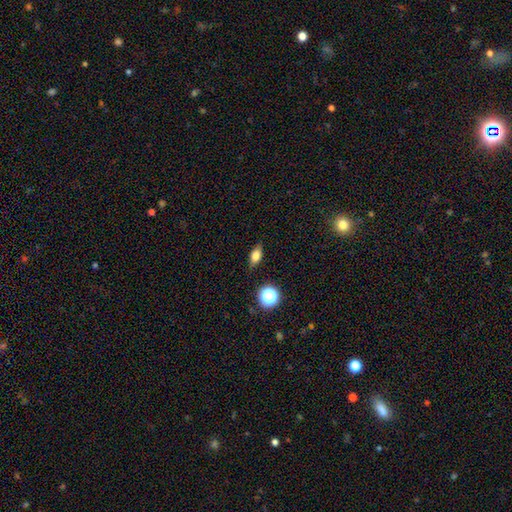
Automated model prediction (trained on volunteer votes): A smooth galaxy with no disk features (72%) that is in between round and cigar-shaped (74%).

Vote fractions:
- Smooth or featured? smooth: 72% / featured or disk: 17% / star or artifact: 11%
- How rounded? in between: 74% / round: 15% / cigar-shaped: 11%
- Merging? none: 84% / minor disturbance: 12% / major disturbance: 3% / merger: 1%